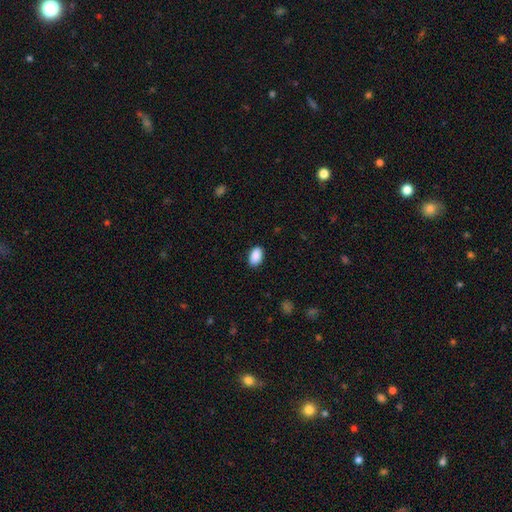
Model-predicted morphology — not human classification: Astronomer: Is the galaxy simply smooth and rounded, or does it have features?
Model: smooth — 90%.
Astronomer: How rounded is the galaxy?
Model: in between — 92%.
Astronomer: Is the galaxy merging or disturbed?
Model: none — 88%.